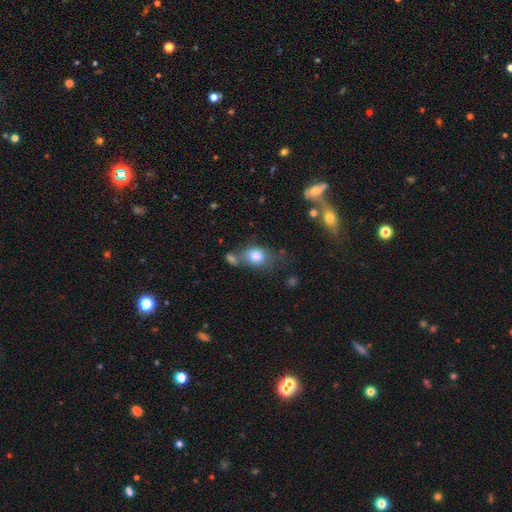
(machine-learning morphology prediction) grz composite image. It shows a smooth galaxy with no disk features (79%) that is in between round and cigar-shaped (50%). Merging: none (50%).